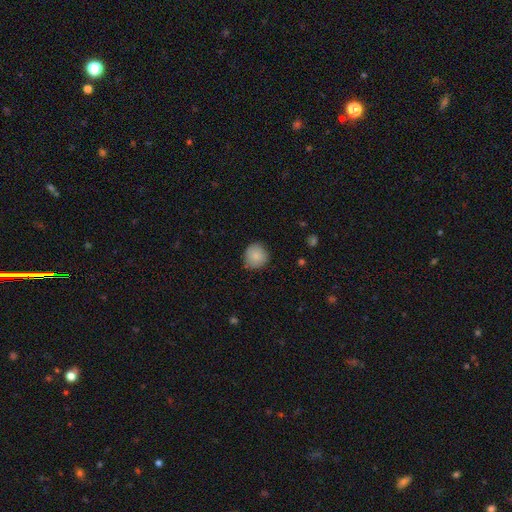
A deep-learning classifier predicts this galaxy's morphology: Smooth or featured? Predicted: smooth (p=0.85). How rounded? Predicted: round (p=0.91). Merging? Predicted: none (p=0.84).